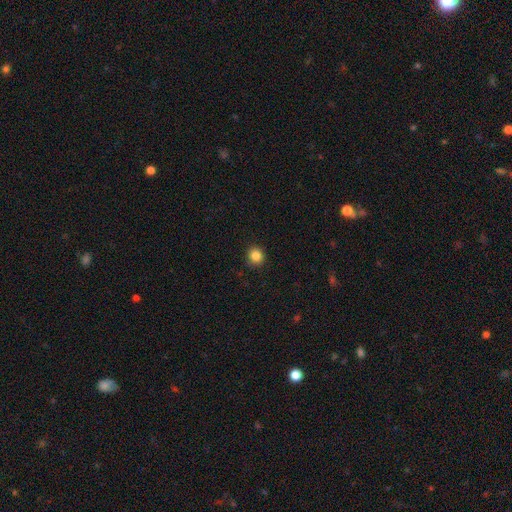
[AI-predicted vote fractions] Overall: smooth (85%). How rounded: round (88%). Merging: none (91%).